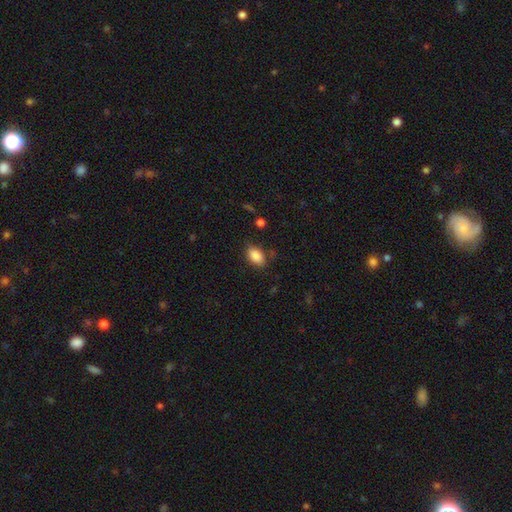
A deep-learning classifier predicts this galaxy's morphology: A smooth galaxy with no disk features (87%) that is in between round and cigar-shaped (89%). Merging: none (81%).